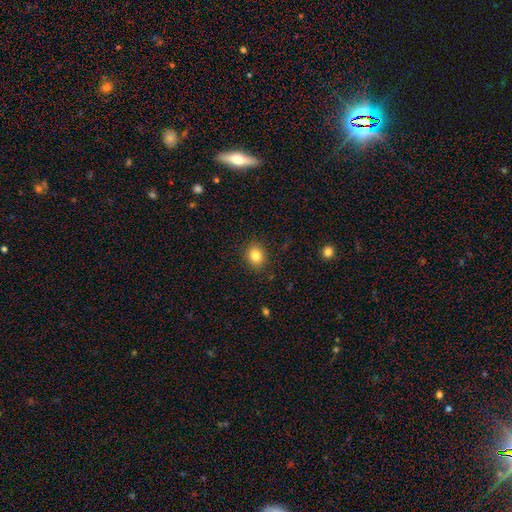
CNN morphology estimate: Smooth or featured: smooth — 83% (star or artifact — 10%)
How rounded: round — 59% (in between — 40%)
Merging: none — 89% (minor disturbance — 8%)